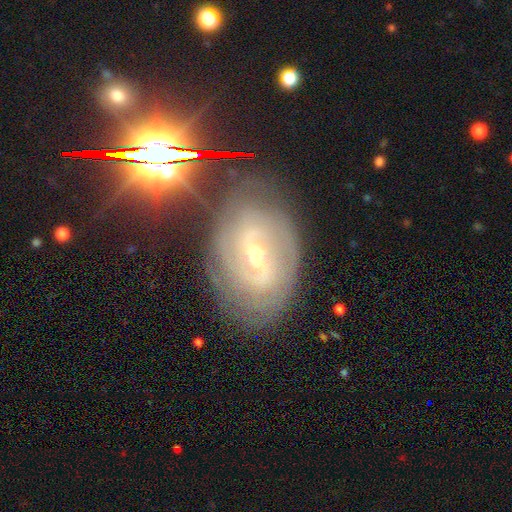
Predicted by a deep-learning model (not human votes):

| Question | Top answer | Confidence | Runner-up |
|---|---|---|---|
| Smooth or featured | featured or disk | 81% | star or artifact (12%) |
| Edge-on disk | no | 94% | yes (6%) |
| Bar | strong | 45% | weak (42%) |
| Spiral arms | yes | 93% | no (7%) |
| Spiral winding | tight | 56% | medium (33%) |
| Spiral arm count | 2 | 49% | can't tell (29%) |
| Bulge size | small | 56% | moderate (41%) |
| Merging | none | 77% | minor disturbance (15%) |